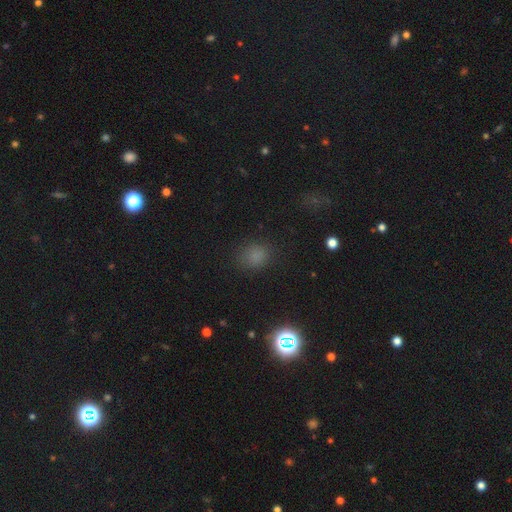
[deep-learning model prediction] smooth 73%, star or artifact 21%, featured or disk 5%. Down the decision tree: how rounded — round (63%); merging — none (80%).